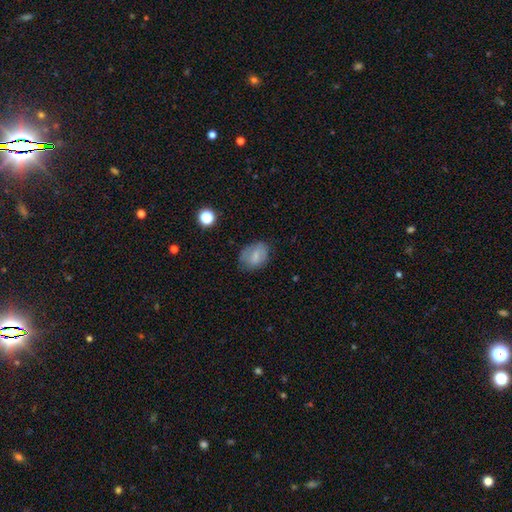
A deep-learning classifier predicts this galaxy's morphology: smooth 67%, featured or disk 24%, star or artifact 9%. Down the decision tree: how rounded — in between (66%); merging — none (63%).